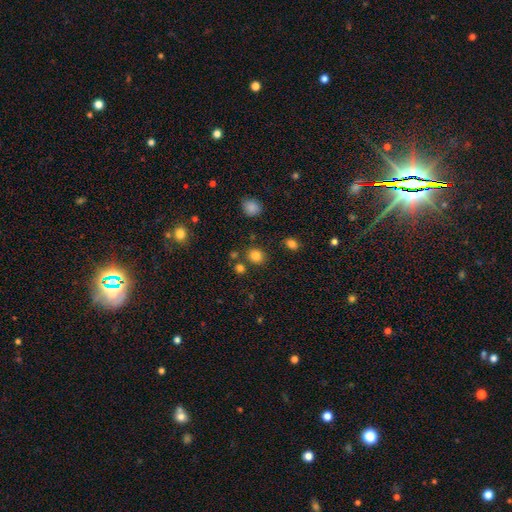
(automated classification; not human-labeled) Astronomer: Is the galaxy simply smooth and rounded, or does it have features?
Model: smooth — 82%.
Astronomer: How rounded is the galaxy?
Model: round — 78%.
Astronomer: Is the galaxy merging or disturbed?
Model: none — 81%.